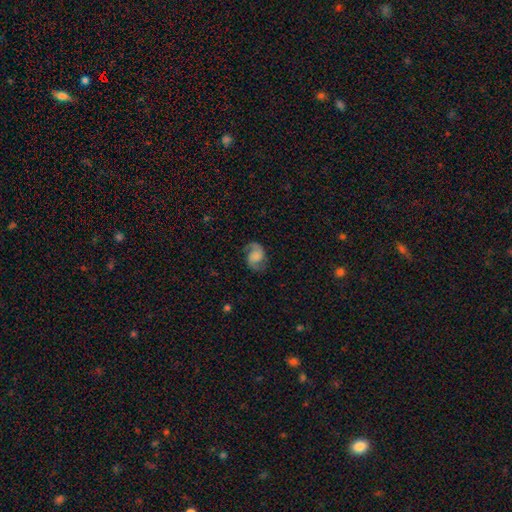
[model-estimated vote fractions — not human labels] Smooth or featured? featured or disk (70%)
Edge-on disk? no (98%)
Bar? no (60%)
Spiral arms? yes (95%)
Spiral winding? medium (45%)
Spiral arm count? 2 (89%)
Bulge size? none (40%)
Merging? none (71%)